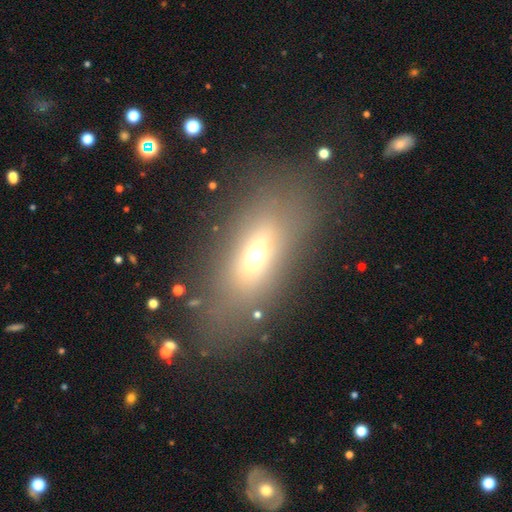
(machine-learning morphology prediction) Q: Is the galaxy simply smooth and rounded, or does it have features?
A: smooth — 58%.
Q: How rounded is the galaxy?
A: in between — 72%.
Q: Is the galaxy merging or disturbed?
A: none — 70%.